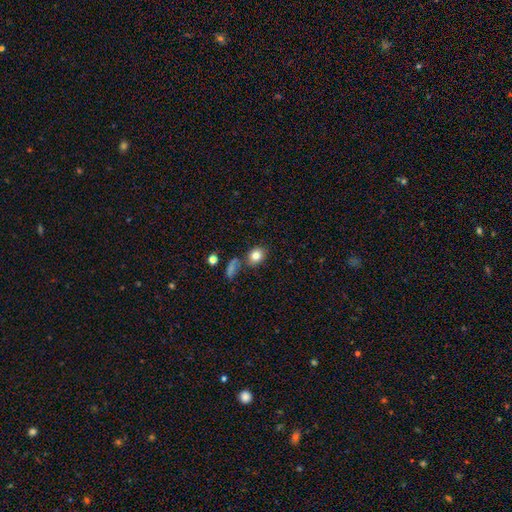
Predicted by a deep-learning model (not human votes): This appears to be a smooth galaxy with no disk features (81%) that is in between round and cigar-shaped (50%). Merging: none (71%).